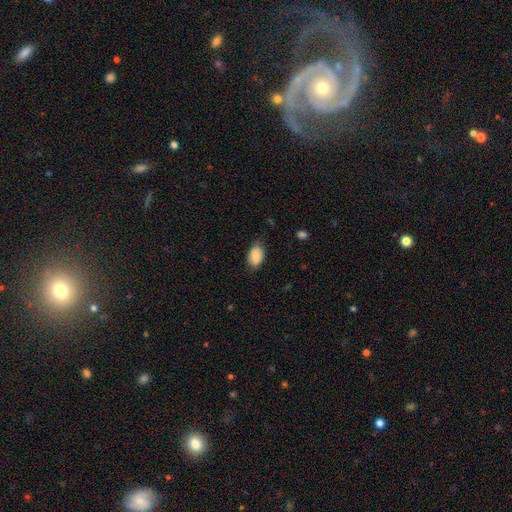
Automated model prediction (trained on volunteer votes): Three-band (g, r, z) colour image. It shows a smooth galaxy with no disk features (86%) that is in between round and cigar-shaped (87%). Merging: none (75%).